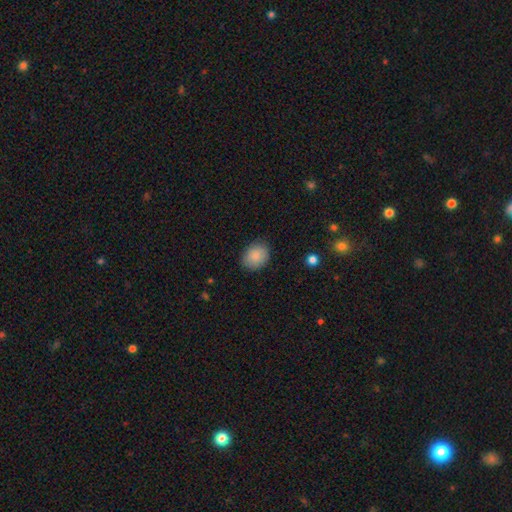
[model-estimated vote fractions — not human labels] This appears to be a smooth galaxy with no disk features (87%) that is round (51%). Merging: none (85%).